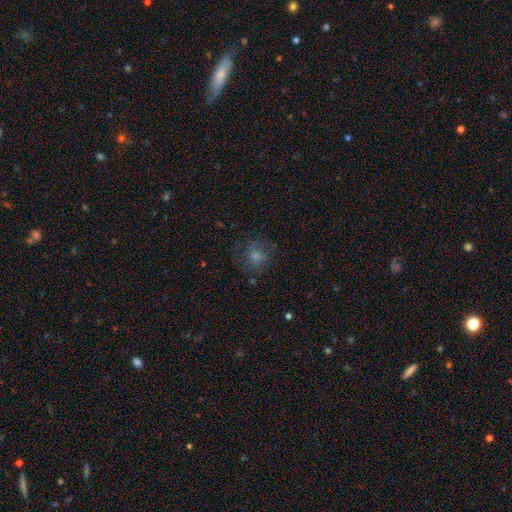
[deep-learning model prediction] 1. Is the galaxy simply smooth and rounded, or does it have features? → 48% smooth, 27% featured or disk, 25% star or artifact.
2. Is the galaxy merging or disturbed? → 76% none, 15% minor disturbance, 8% major disturbance, 1% merger.